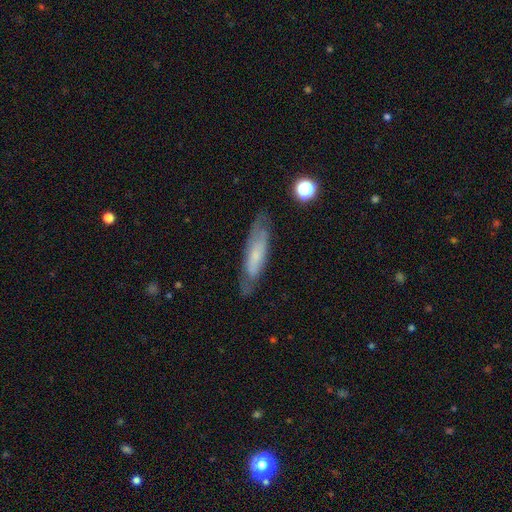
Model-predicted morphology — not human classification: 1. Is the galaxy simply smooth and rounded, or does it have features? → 49% featured or disk, 43% smooth, 8% star or artifact.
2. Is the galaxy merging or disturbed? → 72% none, 19% minor disturbance, 7% major disturbance, 2% merger.